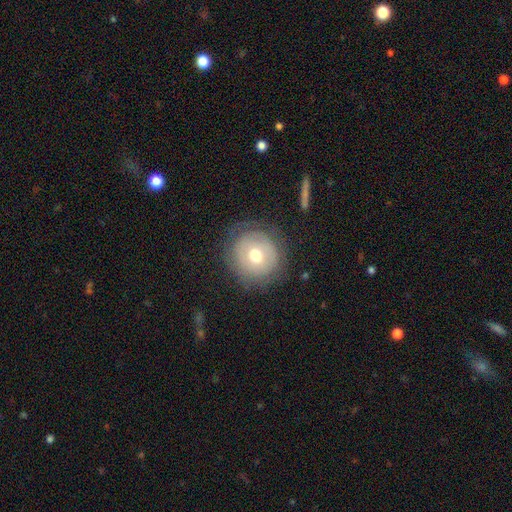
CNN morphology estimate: smooth-or-featured: smooth: 55% | featured or disk: 35% | star or artifact: 10%
  how-rounded: round: 91% | in between: 8% | cigar-shaped: 1%
  merging: none: 76% | minor disturbance: 15% | major disturbance: 8% | merger: 1%